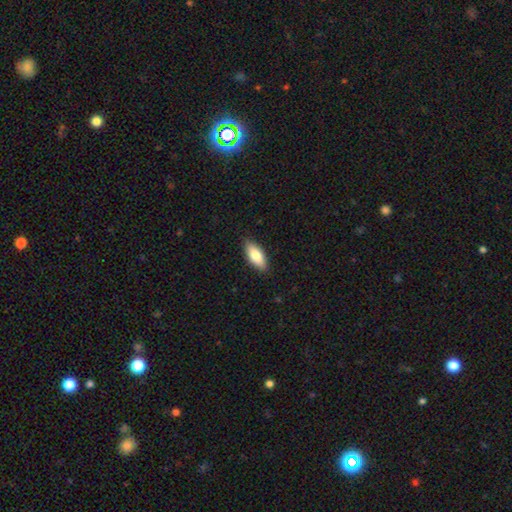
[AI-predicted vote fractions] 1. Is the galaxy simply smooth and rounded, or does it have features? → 79% smooth, 15% featured or disk, 6% star or artifact.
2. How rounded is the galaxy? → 82% in between, 16% cigar-shaped, 2% round.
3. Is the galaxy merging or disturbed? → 87% none, 10% minor disturbance, 2% major disturbance, 1% merger.